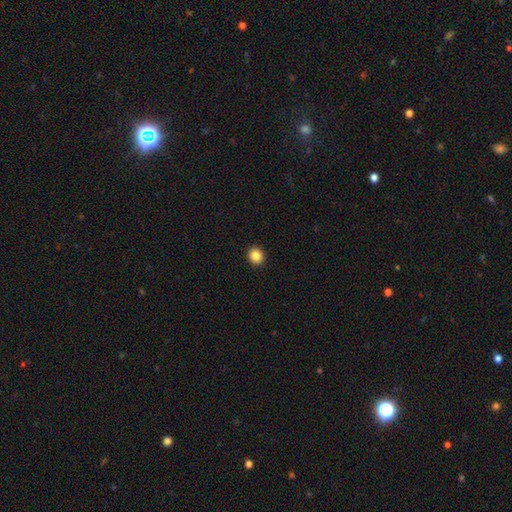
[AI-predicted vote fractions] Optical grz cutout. It shows a smooth galaxy with no disk features (86%) that is round (77%). Merging: none (93%).